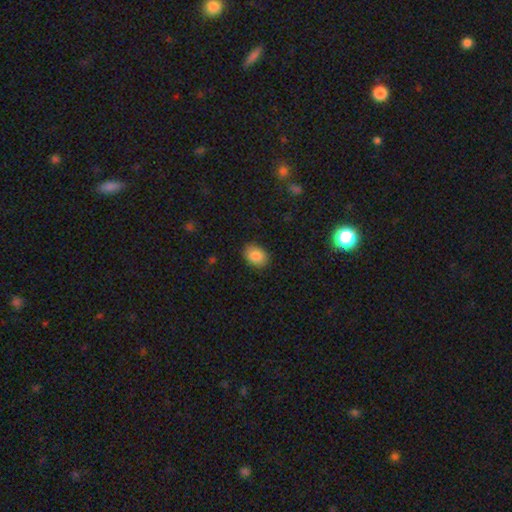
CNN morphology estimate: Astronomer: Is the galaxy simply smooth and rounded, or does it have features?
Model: smooth — 87%.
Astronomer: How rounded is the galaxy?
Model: in between — 70%.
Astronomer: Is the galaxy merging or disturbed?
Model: none — 86%.